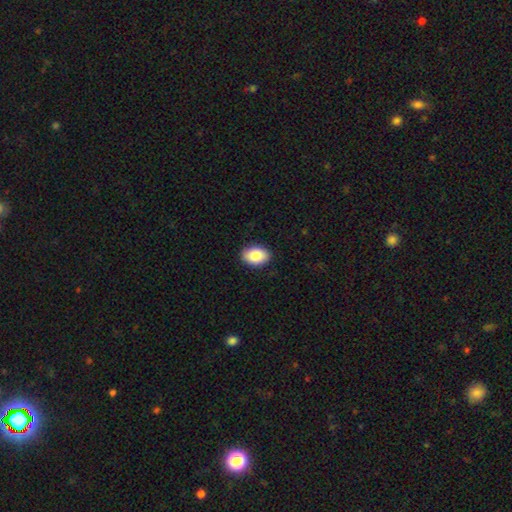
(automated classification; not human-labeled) A smooth galaxy with no disk features (84%) that is in between round and cigar-shaped (86%).

Vote fractions:
- Smooth or featured? smooth: 84% / featured or disk: 9% / star or artifact: 7%
- How rounded? in between: 86% / round: 13% / cigar-shaped: 1%
- Merging? none: 89% / minor disturbance: 8% / major disturbance: 2% / merger: 1%